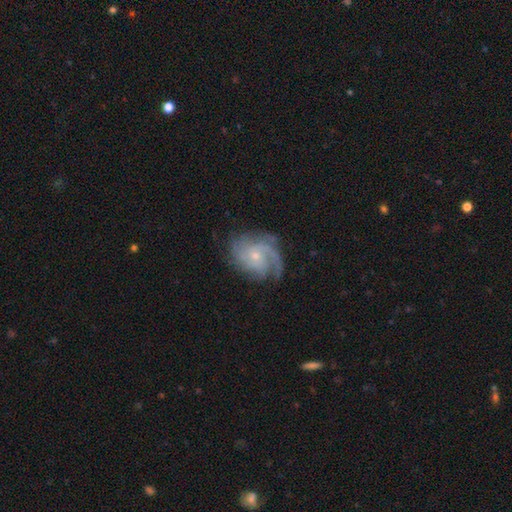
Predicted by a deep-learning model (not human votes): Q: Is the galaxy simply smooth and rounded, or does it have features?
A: featured or disk — 85%.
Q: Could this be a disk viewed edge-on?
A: no — 98%.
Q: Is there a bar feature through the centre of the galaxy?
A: no — 72%.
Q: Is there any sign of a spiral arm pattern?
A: yes — 96%.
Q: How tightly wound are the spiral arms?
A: tight — 44%.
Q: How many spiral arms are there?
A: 2 — 27%.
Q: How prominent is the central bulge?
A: small — 70%.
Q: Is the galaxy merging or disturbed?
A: none — 68%.